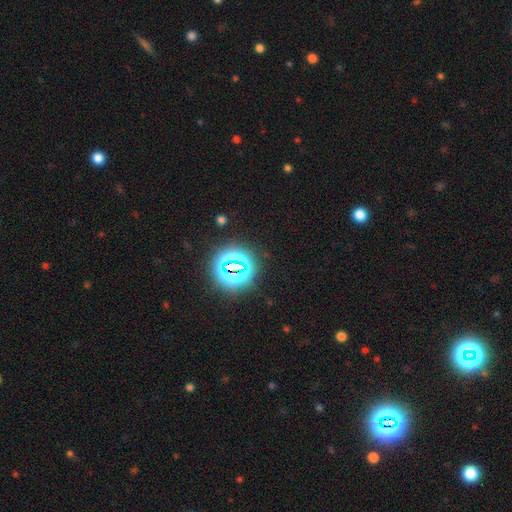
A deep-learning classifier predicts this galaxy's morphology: This appears to be a star or artifact, not a galaxy (82%).